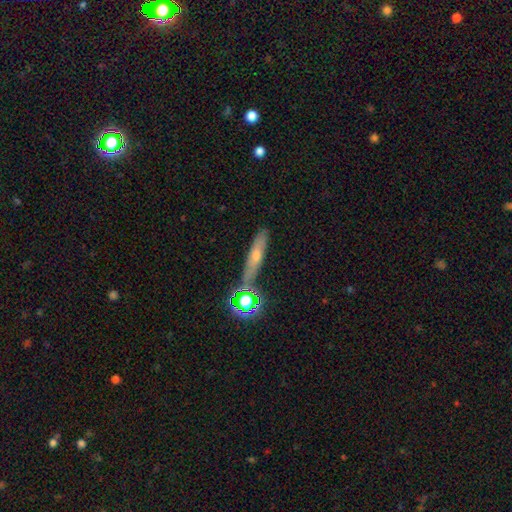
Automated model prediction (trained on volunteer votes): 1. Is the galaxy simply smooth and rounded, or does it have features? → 53% smooth, 31% featured or disk, 15% star or artifact.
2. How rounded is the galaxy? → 76% cigar-shaped, 17% in between, 6% round.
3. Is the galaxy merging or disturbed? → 78% none, 12% minor disturbance, 7% merger, 3% major disturbance.